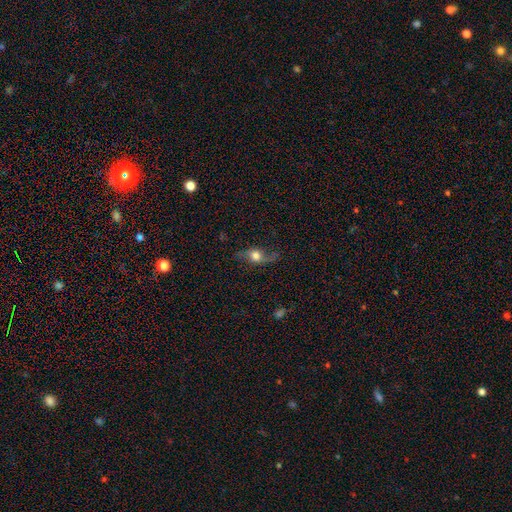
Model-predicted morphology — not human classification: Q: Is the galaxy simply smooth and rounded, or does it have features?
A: featured or disk — 54%.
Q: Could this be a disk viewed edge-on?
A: no — 69%.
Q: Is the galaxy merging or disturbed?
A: none — 66%.